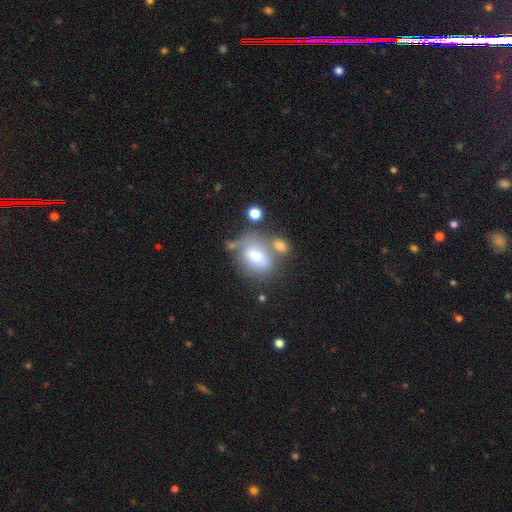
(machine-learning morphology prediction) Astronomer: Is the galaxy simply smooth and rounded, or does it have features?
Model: smooth — 66%.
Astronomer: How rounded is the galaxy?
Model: in between — 67%.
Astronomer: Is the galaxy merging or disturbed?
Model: none — 42% (runner-up: merger, 27%).